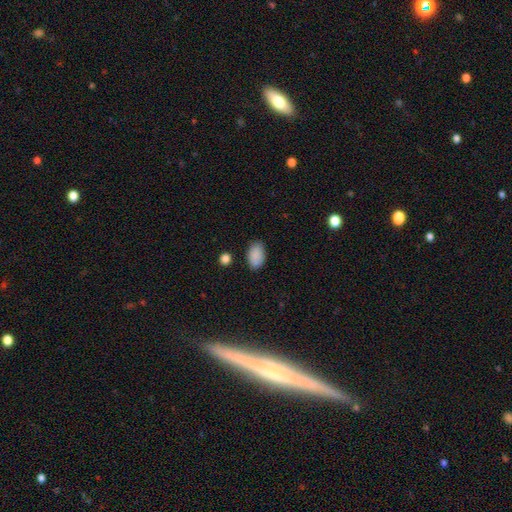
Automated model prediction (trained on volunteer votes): This is clearly a smooth galaxy (88%). How rounded: clearly in between (91%). Merging: clearly none (80%).